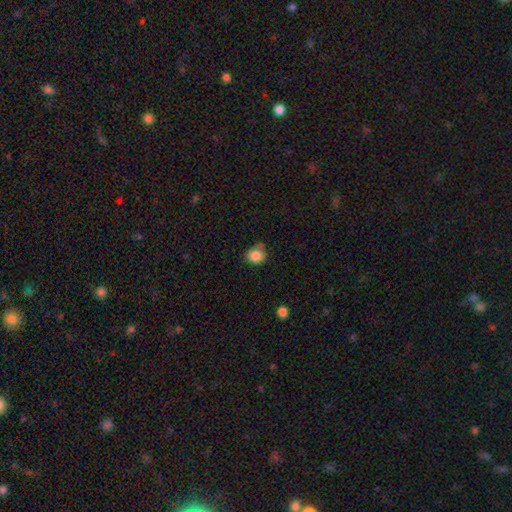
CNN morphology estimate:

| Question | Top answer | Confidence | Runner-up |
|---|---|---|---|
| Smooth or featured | smooth | 84% | star or artifact (10%) |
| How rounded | round | 82% | in between (17%) |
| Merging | none | 61% | minor disturbance (25%) |